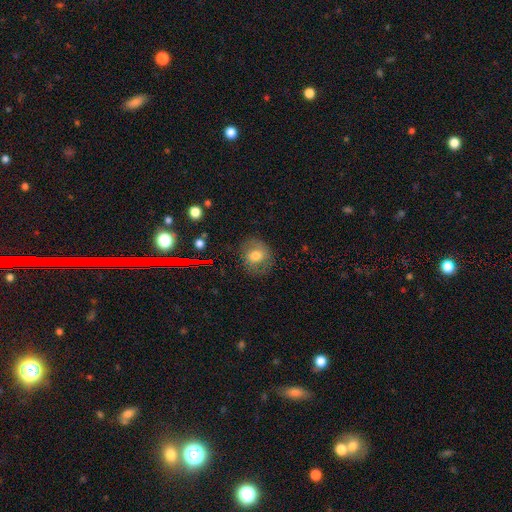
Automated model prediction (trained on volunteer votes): Q: Smooth or featured?
A: smooth (63%); runner-up: featured or disk (25%)
Q: How rounded?
A: round (76%); runner-up: in between (23%)
Q: Merging?
A: none (75%); runner-up: minor disturbance (17%)